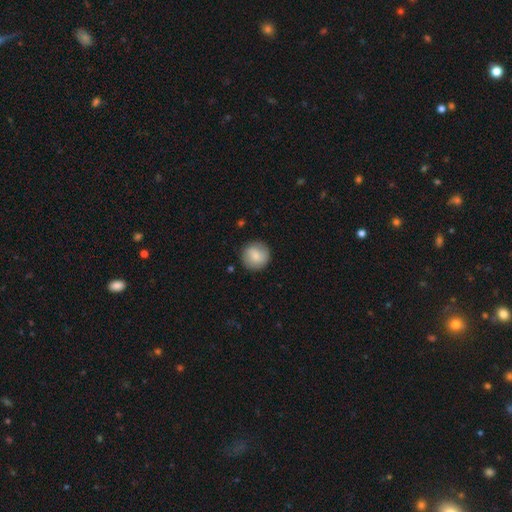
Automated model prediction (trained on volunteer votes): Smooth or featured?
  - smooth: 76% *
  - featured or disk: 17%
  - star or artifact: 7%
How rounded?
  - round: 94% *
  - in between: 5%
  - cigar-shaped: 1%
Merging?
  - none: 87% *
  - minor disturbance: 9%
  - major disturbance: 2%
  - merger: 1%